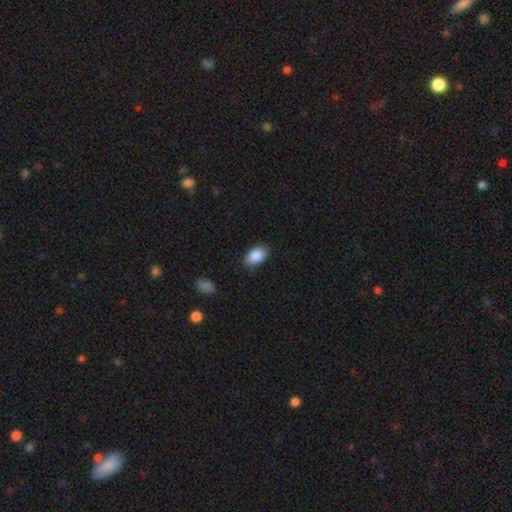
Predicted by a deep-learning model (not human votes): Smooth or featured? Predicted: smooth (p=0.89). How rounded? Predicted: in between (p=0.90). Merging? Predicted: none (p=0.81).